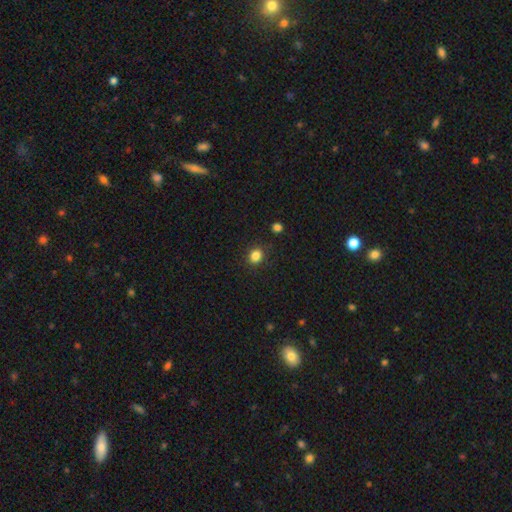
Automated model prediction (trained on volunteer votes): Q: Smooth or featured?
A: smooth (84%); runner-up: star or artifact (12%)
Q: How rounded?
A: round (65%); runner-up: in between (34%)
Q: Merging?
A: none (87%); runner-up: minor disturbance (9%)